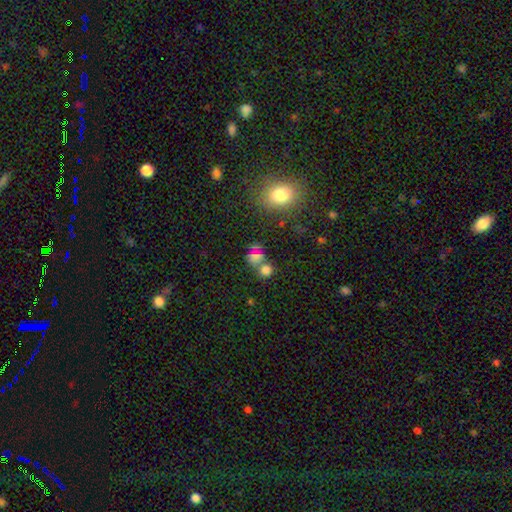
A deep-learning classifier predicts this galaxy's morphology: type=smooth (65%); roundness=round (62%); merging=none (46%).